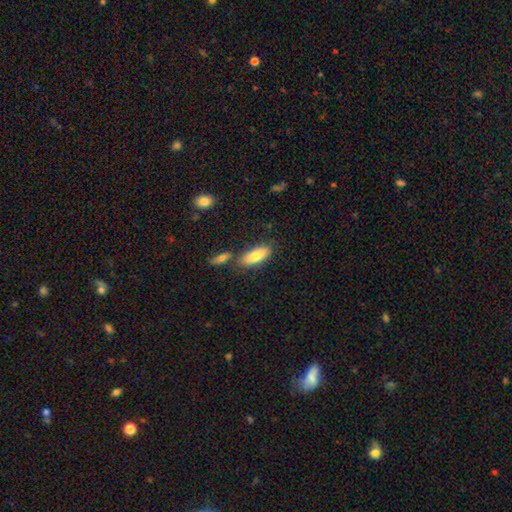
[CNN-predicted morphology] Smooth or featured? smooth (79%)
How rounded? in between (70%)
Merging? none (67%)